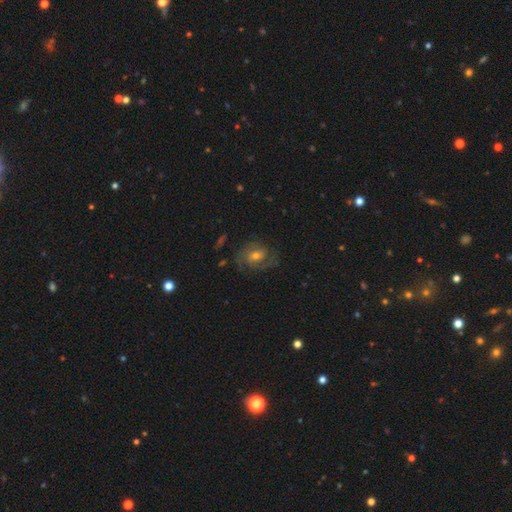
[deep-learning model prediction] Smooth or featured: featured or disk — 77% (smooth — 13%)
Edge-on disk: no — 97% (yes — 3%)
Bar: no — 47% (weak — 42%)
Spiral arms: yes — 93% (no — 7%)
Spiral winding: medium — 48% (tight — 38%)
Spiral arm count: 2 — 63% (can't tell — 15%)
Bulge size: moderate — 54% (small — 38%)
Merging: none — 72% (minor disturbance — 16%)